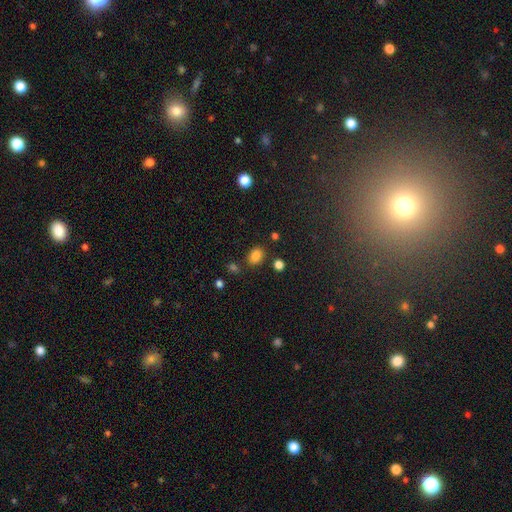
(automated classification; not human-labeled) This is clearly a smooth galaxy (83%). How rounded: likely in between (65%). Merging: likely none (78%).